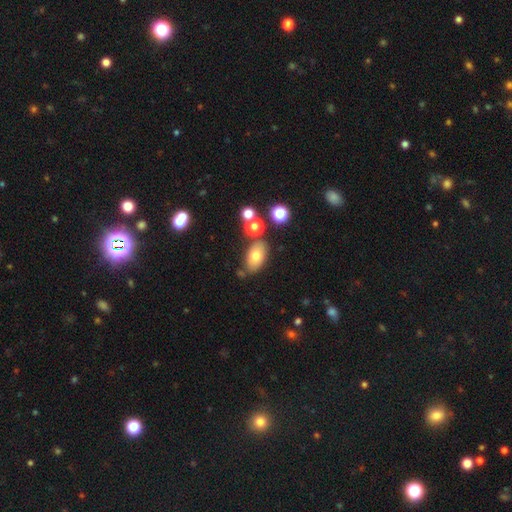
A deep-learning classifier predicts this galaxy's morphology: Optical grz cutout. It shows a smooth galaxy with no disk features (72%) that is in between round and cigar-shaped (88%). Merging: none (72%).